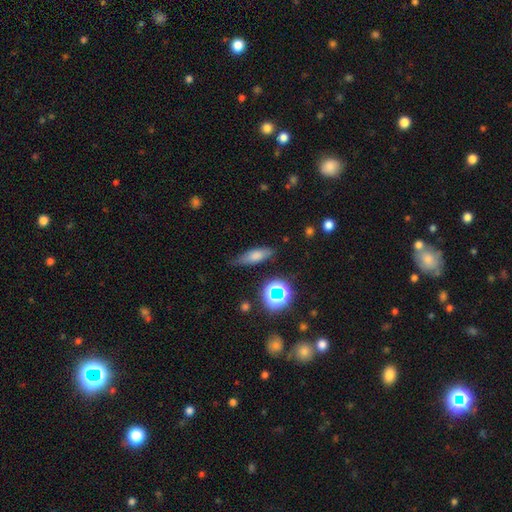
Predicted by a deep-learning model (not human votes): smooth_or_featured: smooth (p=0.62) [alt: featured or disk p=0.23]
how_rounded: in between (p=0.47) [alt: cigar-shaped p=0.45]
merging: none (p=0.74) [alt: minor disturbance p=0.19]